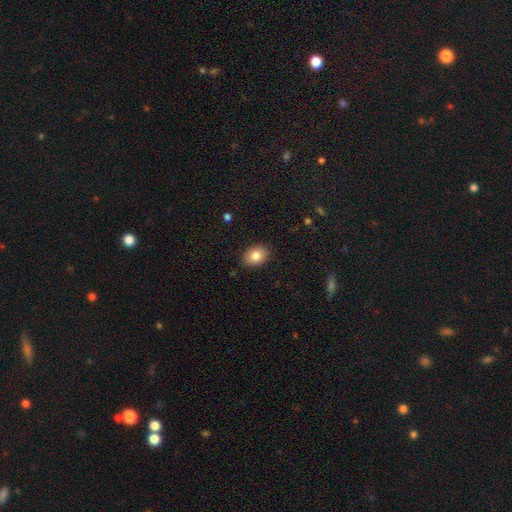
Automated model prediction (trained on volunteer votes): This appears to be a smooth galaxy with no disk features (84%) that is in between round and cigar-shaped (74%). Merging: none (87%).